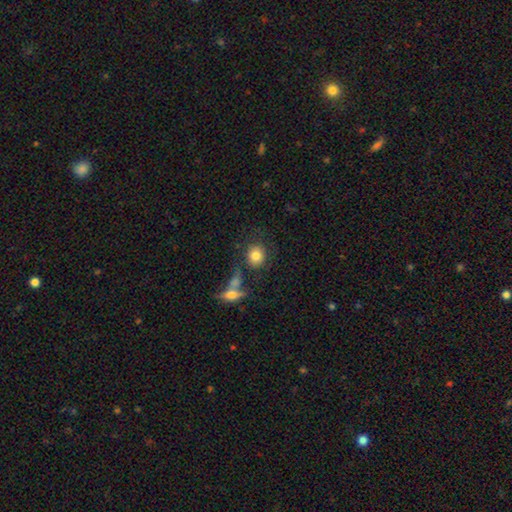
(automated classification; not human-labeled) smooth 80%, featured or disk 11%, star or artifact 9%. Down the decision tree: how rounded — round (75%); merging — none (71%).